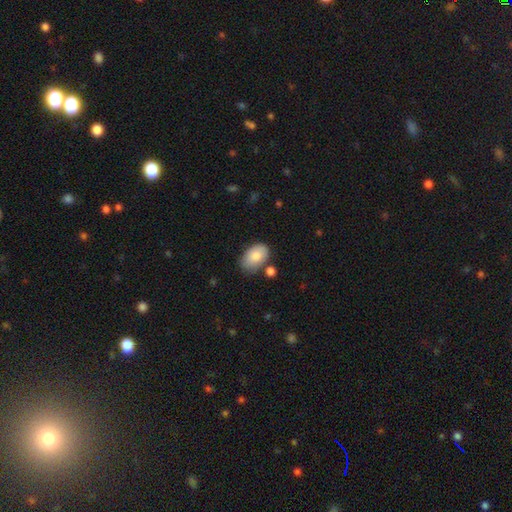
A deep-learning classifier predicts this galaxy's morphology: smooth 82%, featured or disk 11%, star or artifact 7%. Down the decision tree: how rounded — in between (90%); merging — none (67%).